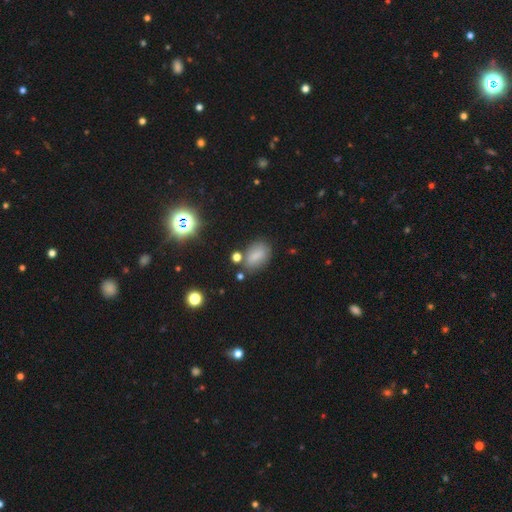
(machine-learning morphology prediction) This is likely a smooth galaxy (77%). How rounded: clearly in between (84%). Merging: likely none (68%).